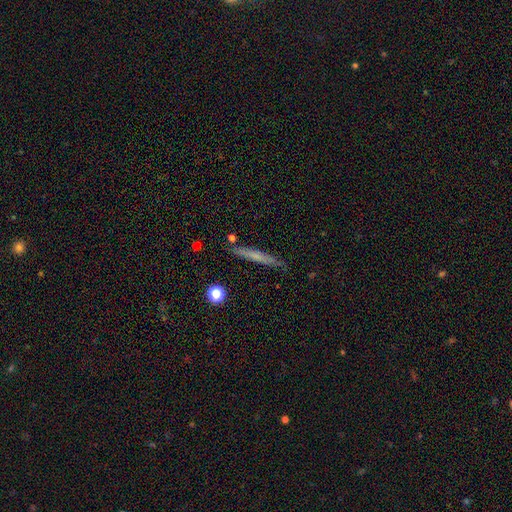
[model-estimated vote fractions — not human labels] Overall: smooth (52%; featured or disk 39%). How rounded: cigar-shaped (93%). Merging: none (84%).